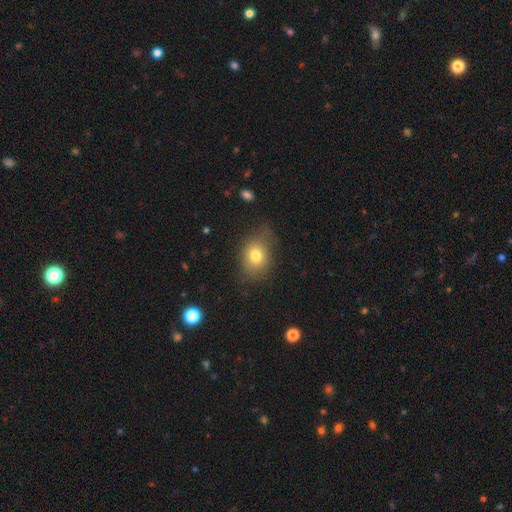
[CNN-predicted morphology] The model was most divided on "how rounded": in between: 60%, round: 39%, cigar-shaped: 1%. More confident: smooth or featured — smooth (76%); merging — none (67%).